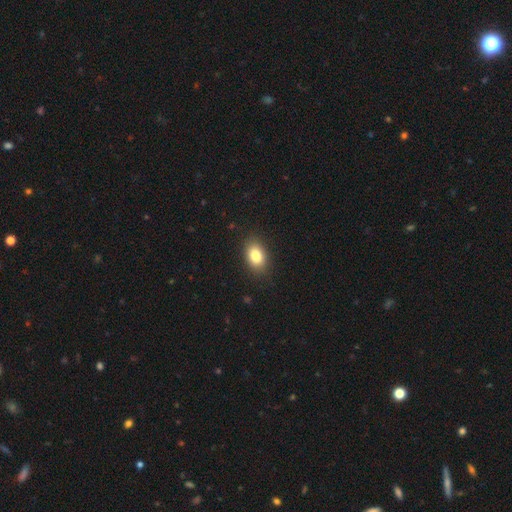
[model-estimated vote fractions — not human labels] Smooth or featured: smooth — 83% (star or artifact — 9%)
How rounded: in between — 80% (round — 19%)
Merging: none — 87% (minor disturbance — 10%)